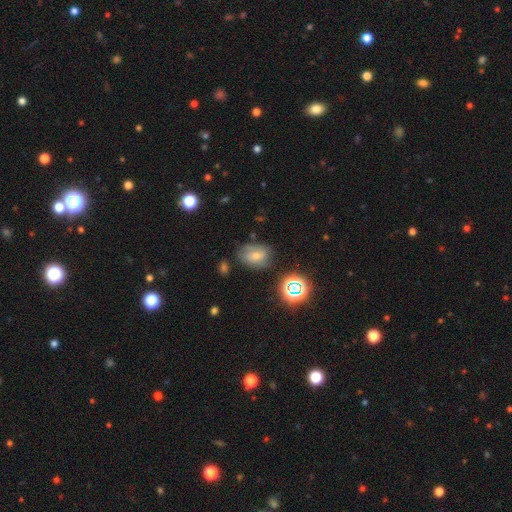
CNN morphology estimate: A smooth galaxy with no disk features (56%) that is in between round and cigar-shaped (71%).

Vote fractions:
- Smooth or featured? smooth: 56% / featured or disk: 27% / star or artifact: 17%
- How rounded? in between: 71% / round: 28% / cigar-shaped: 1%
- Merging? none: 64% / minor disturbance: 25% / major disturbance: 7% / merger: 4%